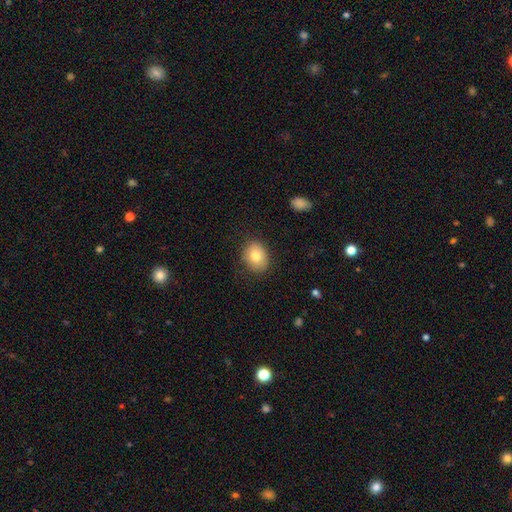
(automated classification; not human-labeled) Smooth or featured? smooth (80%)
How rounded? in between (51%)
Merging? none (84%)